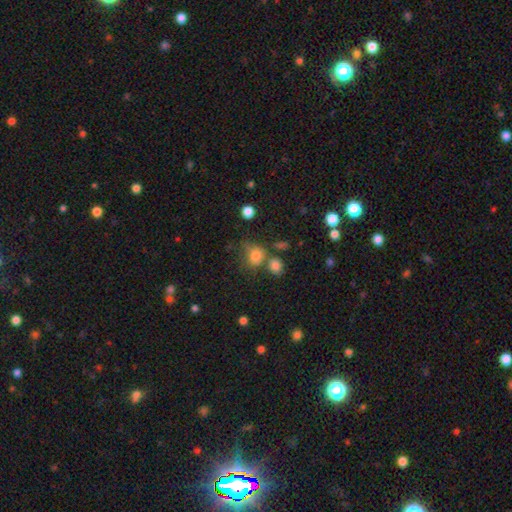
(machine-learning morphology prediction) A smooth galaxy with no disk features (78%) that is round (66%).

Vote fractions:
- Smooth or featured? smooth: 78% / star or artifact: 13% / featured or disk: 8%
- How rounded? round: 66% / in between: 33% / cigar-shaped: 1%
- Merging? none: 50% / merger: 21% / minor disturbance: 19% / major disturbance: 10%